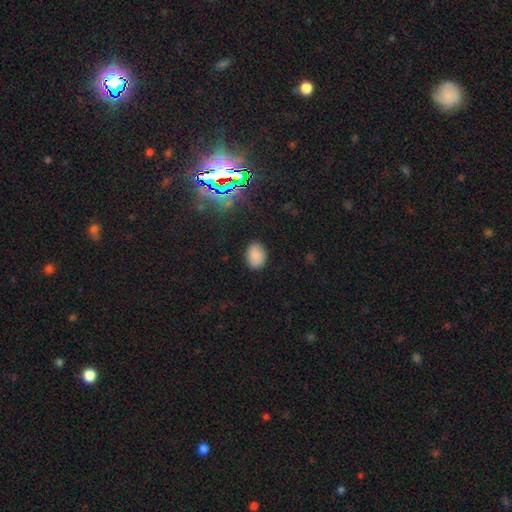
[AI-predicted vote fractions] Smooth or featured? smooth (84%)
How rounded? in between (74%)
Merging? none (86%)